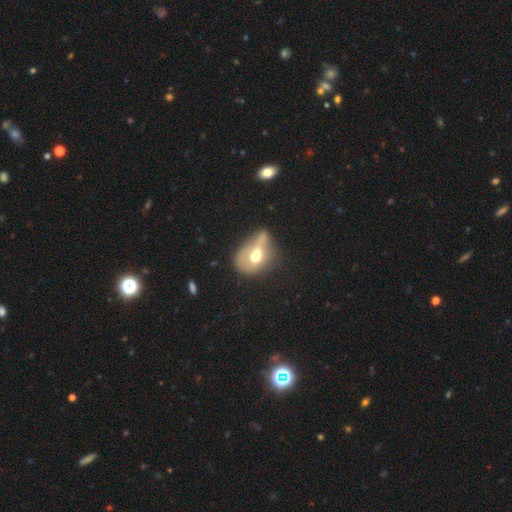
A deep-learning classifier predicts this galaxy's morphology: Overall: smooth (55%; featured or disk 35%). How rounded: in between (57%; round 40%). Merging: merger (45%; major disturbance 22%).